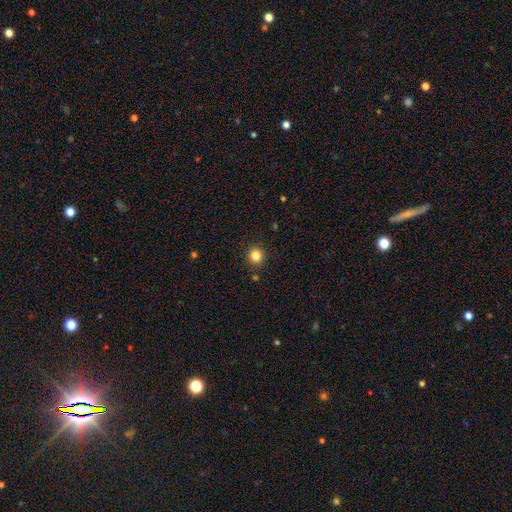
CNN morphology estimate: Smooth or featured: smooth — 83% (star or artifact — 12%)
How rounded: round — 93% (in between — 6%)
Merging: none — 91% (minor disturbance — 6%)